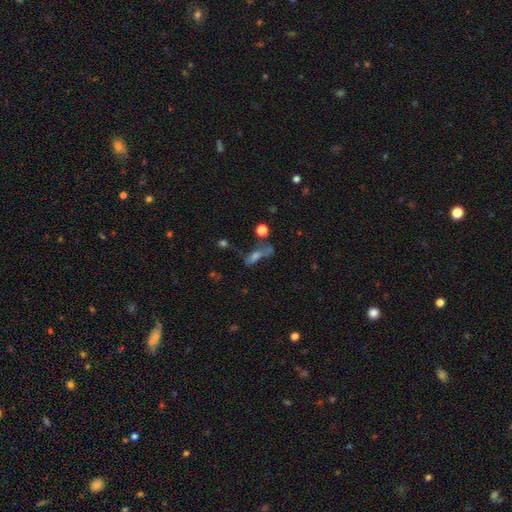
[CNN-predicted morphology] This is marginally a smooth galaxy (37%). Merging: marginally none (40%).